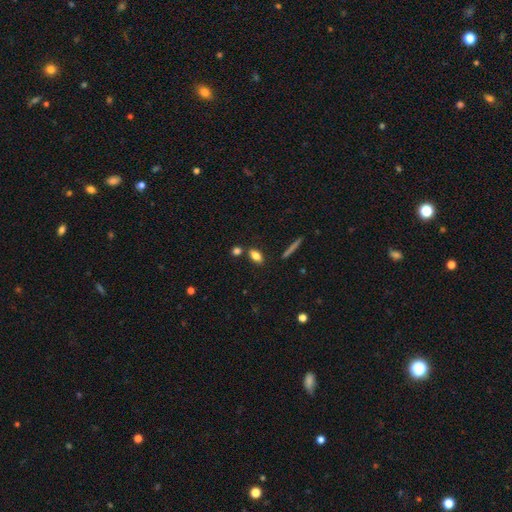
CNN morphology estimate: A smooth galaxy with no disk features (80%) that is in between round and cigar-shaped (80%).

Vote fractions:
- Smooth or featured? smooth: 80% / featured or disk: 11% / star or artifact: 9%
- How rounded? in between: 80% / cigar-shaped: 12% / round: 7%
- Merging? none: 75% / merger: 12% / minor disturbance: 10% / major disturbance: 3%